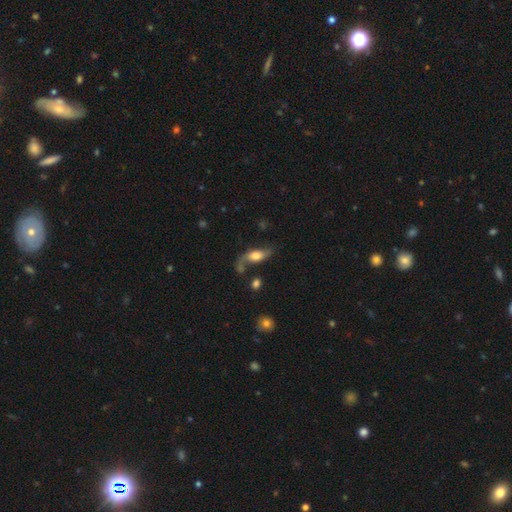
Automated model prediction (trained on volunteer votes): Q: Smooth or featured?
A: featured or disk (50%); runner-up: smooth (43%)
Q: Merging?
A: none (48%); runner-up: minor disturbance (23%)